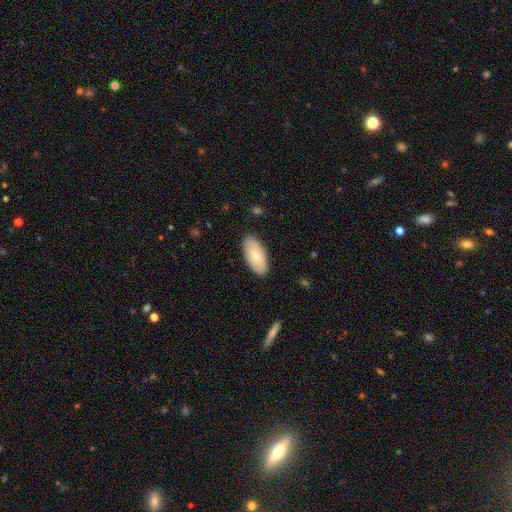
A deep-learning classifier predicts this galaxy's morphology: smooth 72%, featured or disk 22%, star or artifact 6%. Down the decision tree: how rounded — in between (94%); merging — none (87%).